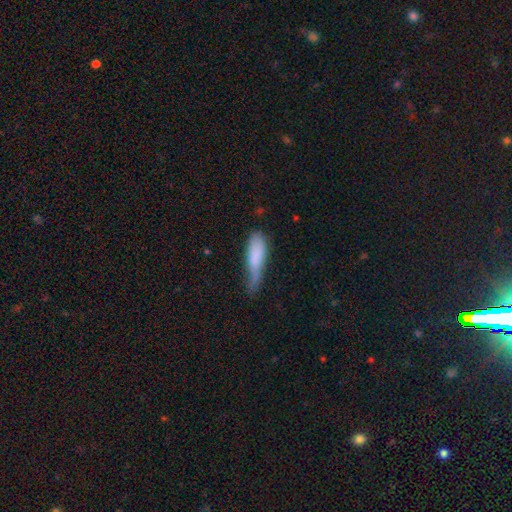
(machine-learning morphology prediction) Q: Smooth or featured?
A: smooth (78%); runner-up: featured or disk (15%)
Q: How rounded?
A: cigar-shaped (57%); runner-up: in between (41%)
Q: Merging?
A: minor disturbance (42%); runner-up: none (27%)